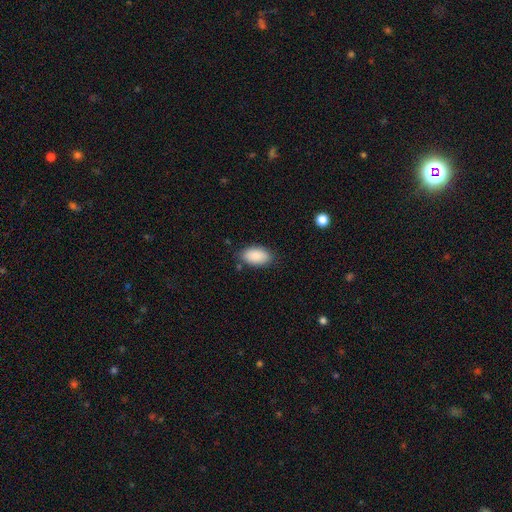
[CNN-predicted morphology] Overall: smooth (90%). How rounded: in between (94%). Merging: none (83%).